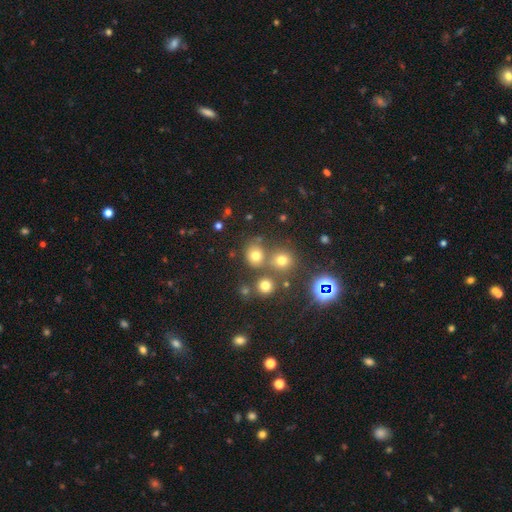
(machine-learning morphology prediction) Smooth or featured?
  - smooth: 69% *
  - star or artifact: 22%
  - featured or disk: 9%
How rounded?
  - round: 77% *
  - in between: 22%
  - cigar-shaped: 1%
Merging?
  - none: 66% *
  - merger: 20%
  - minor disturbance: 9%
  - major disturbance: 5%